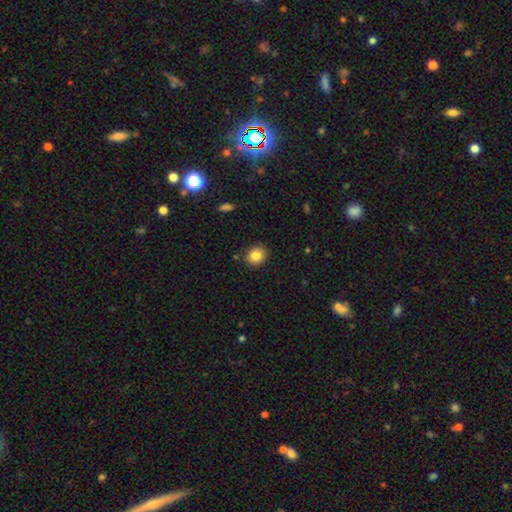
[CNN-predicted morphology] The model was most divided on "how rounded": round: 73%, in between: 26%, cigar-shaped: 1%. More confident: merging — none (88%); smooth or featured — smooth (84%).